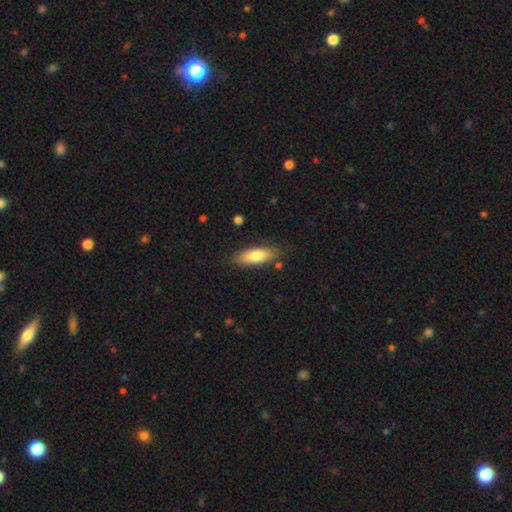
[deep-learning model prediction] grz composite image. It shows a smooth galaxy with no disk features (78%) that is in between round and cigar-shaped (65%). Merging: none (83%).